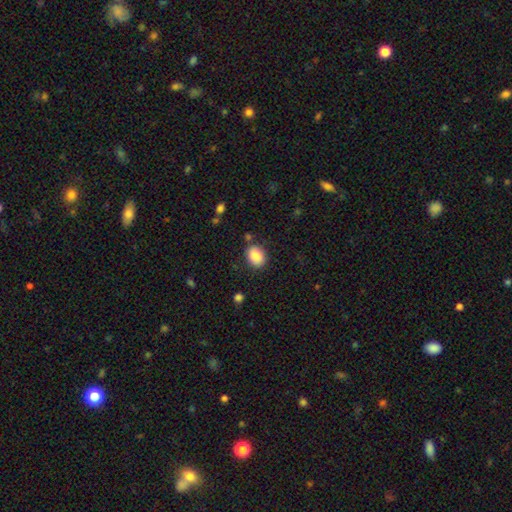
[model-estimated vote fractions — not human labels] This appears to be a smooth galaxy with no disk features (86%) that is in between round and cigar-shaped (56%). Merging: none (83%).